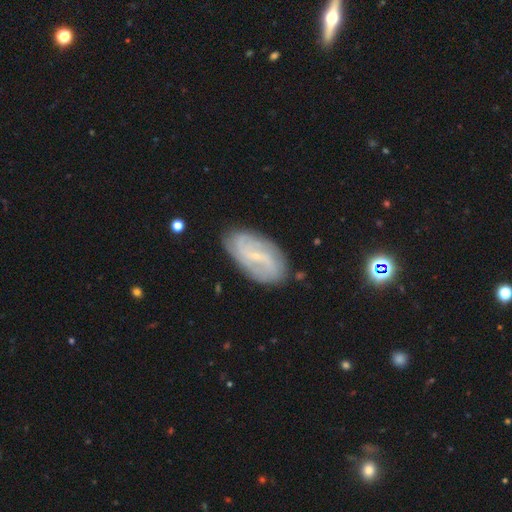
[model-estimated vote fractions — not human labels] A featured or disk galaxy (77%) with a weak bar (48%), 2 (41%) medium (38%) spiral arms (91%) and a small central bulge (83%). Merging: none (80%).